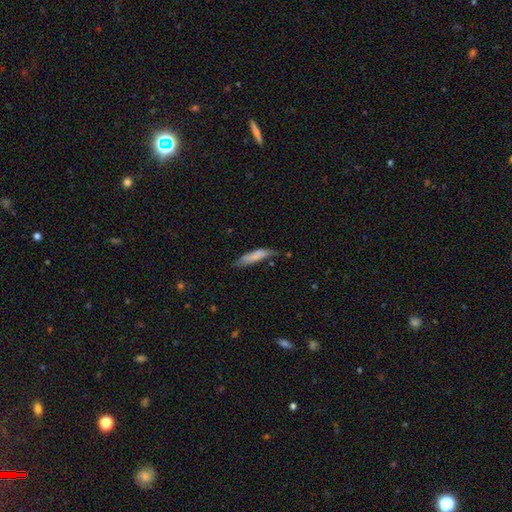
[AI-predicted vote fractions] This is likely a smooth galaxy (74%). How rounded: likely cigar-shaped (78%). Merging: likely none (60%).